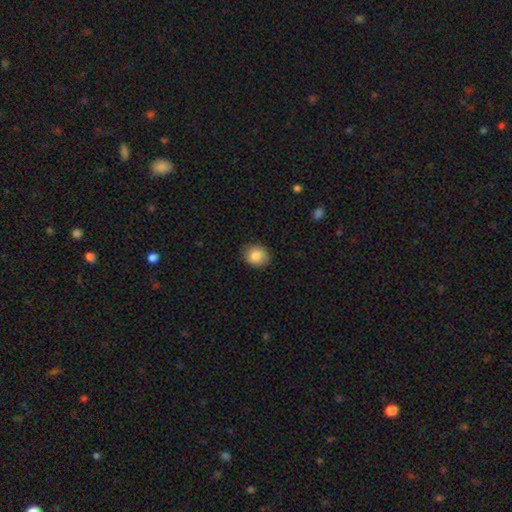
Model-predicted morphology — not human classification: This is clearly a smooth galaxy (86%). How rounded: likely round (69%). Merging: clearly none (84%).